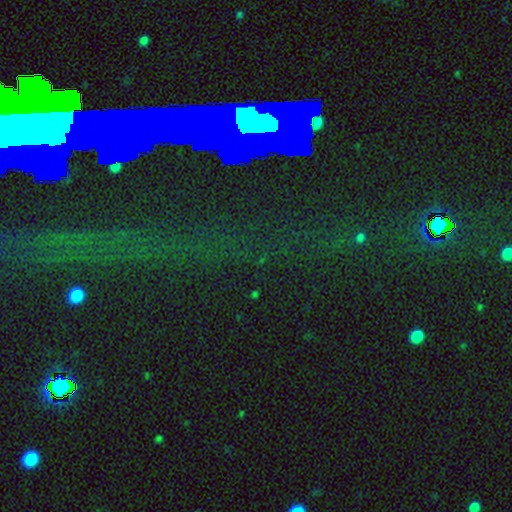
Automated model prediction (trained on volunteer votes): Q: Smooth or featured?
A: star or artifact (62%); runner-up: featured or disk (23%)